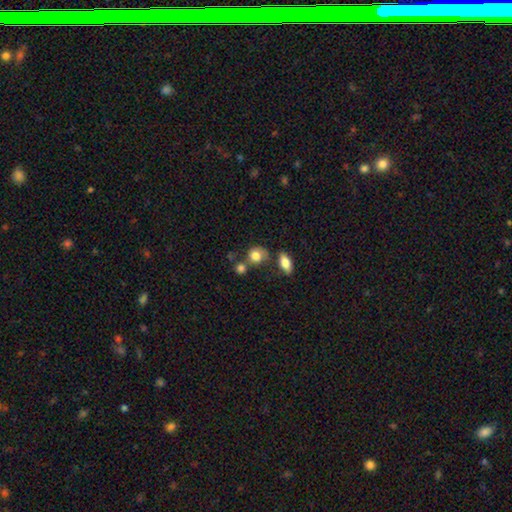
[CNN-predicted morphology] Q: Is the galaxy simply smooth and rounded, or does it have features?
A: smooth — 81%.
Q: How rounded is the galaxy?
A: round — 68%.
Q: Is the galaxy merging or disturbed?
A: none — 53%.